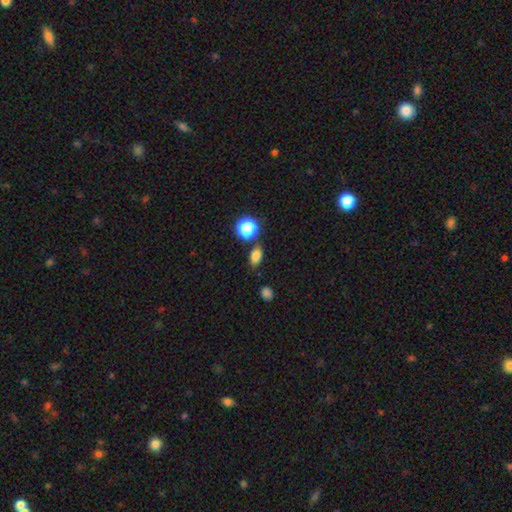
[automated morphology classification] A smooth galaxy with no disk features (80%) that is in between round and cigar-shaped (79%). Merging: none (77%).